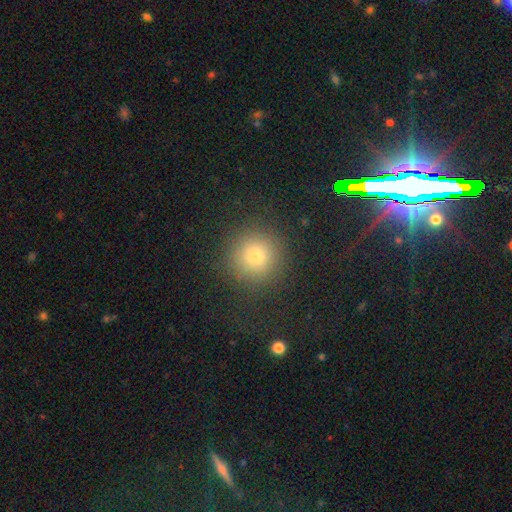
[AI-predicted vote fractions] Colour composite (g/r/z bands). It shows a smooth galaxy with no disk features (74%) that is round (94%). Merging: none (87%).